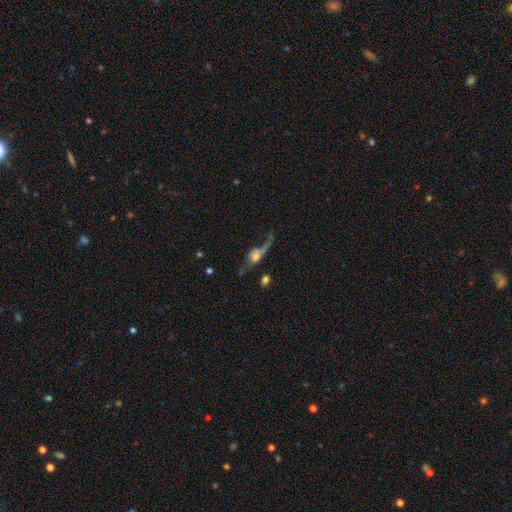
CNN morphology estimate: featured or disk 52%, smooth 37%, star or artifact 10%. Down the decision tree: edge-on disk — no (81%); merging — major disturbance (48%).